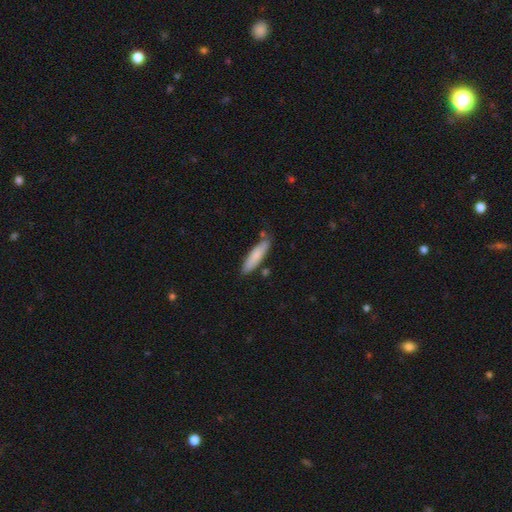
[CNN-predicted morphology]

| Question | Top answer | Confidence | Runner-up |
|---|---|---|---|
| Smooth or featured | smooth | 80% | featured or disk (15%) |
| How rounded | cigar-shaped | 79% | in between (20%) |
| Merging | none | 79% | minor disturbance (14%) |